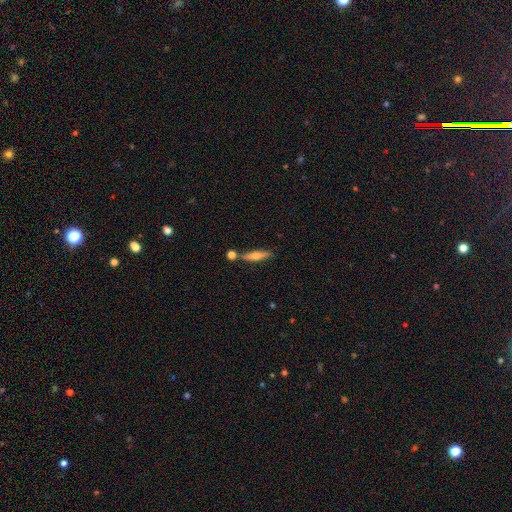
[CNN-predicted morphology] A smooth galaxy with no disk features (49%). Merging: none (75%).